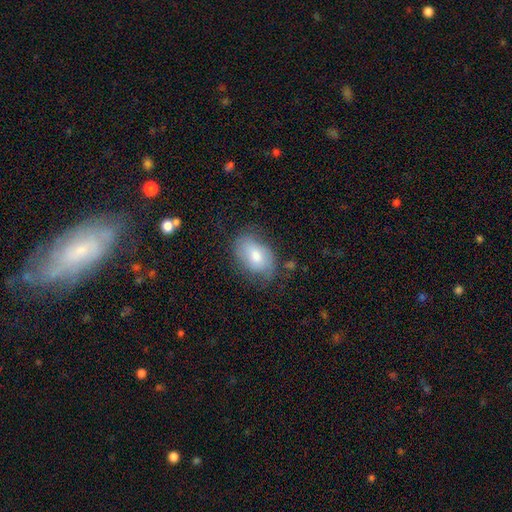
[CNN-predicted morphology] A smooth galaxy with no disk features (63%) that is in between round and cigar-shaped (88%). Merging: none (63%).